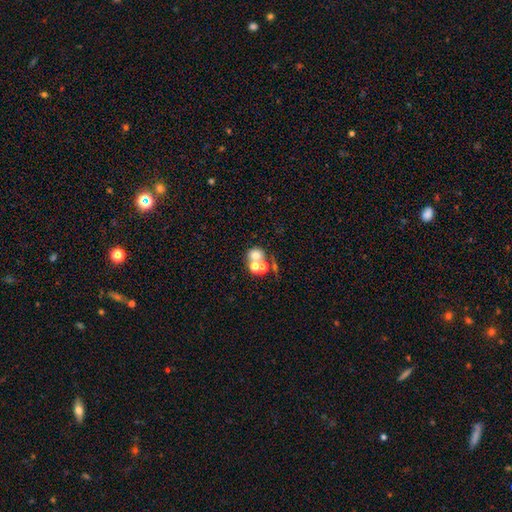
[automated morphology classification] This is possibly a smooth galaxy (59%). How rounded: likely round (76%). Merging: possibly merger (55%).